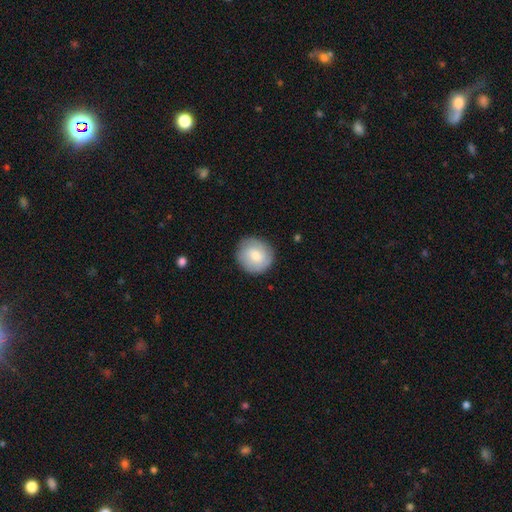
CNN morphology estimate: The model was most divided on "smooth or featured": smooth: 55%, featured or disk: 38%, star or artifact: 7%. More confident: how rounded — round (90%); merging — none (85%).